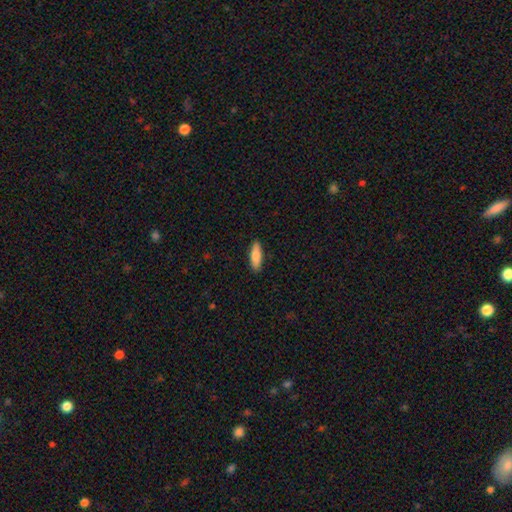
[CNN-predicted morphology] type=smooth (79%); roundness=cigar-shaped (50%); merging=none (88%).